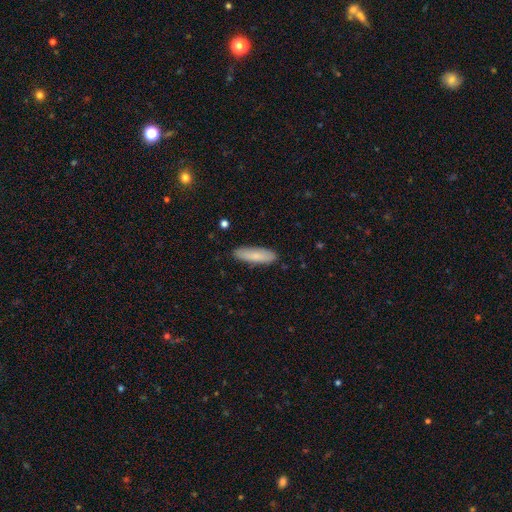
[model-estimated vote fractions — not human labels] Smooth or featured: smooth — 79% (featured or disk — 15%)
How rounded: cigar-shaped — 64% (in between — 34%)
Merging: none — 88% (minor disturbance — 9%)